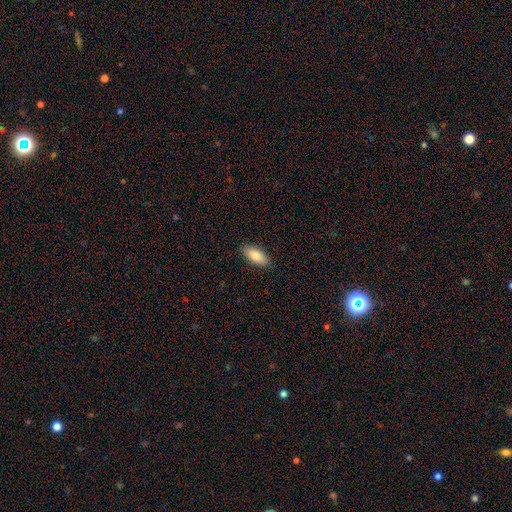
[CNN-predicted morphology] A smooth galaxy with no disk features (85%) that is in between round and cigar-shaped (87%).

Vote fractions:
- Smooth or featured? smooth: 85% / featured or disk: 9% / star or artifact: 6%
- How rounded? in between: 87% / cigar-shaped: 11% / round: 2%
- Merging? none: 88% / minor disturbance: 9% / major disturbance: 2% / merger: 1%